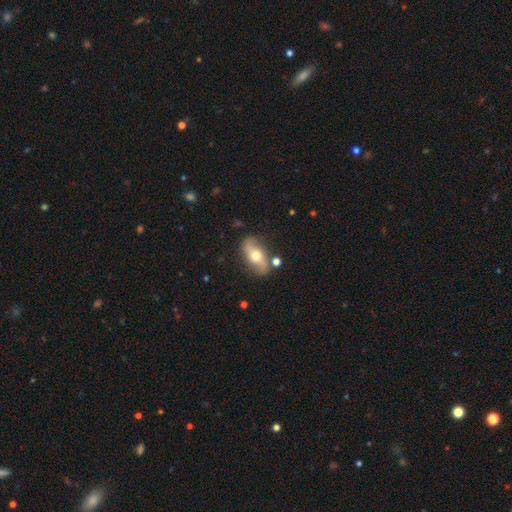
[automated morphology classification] type=featured or disk (58%); edge-on=no (82%); merging=none (78%).